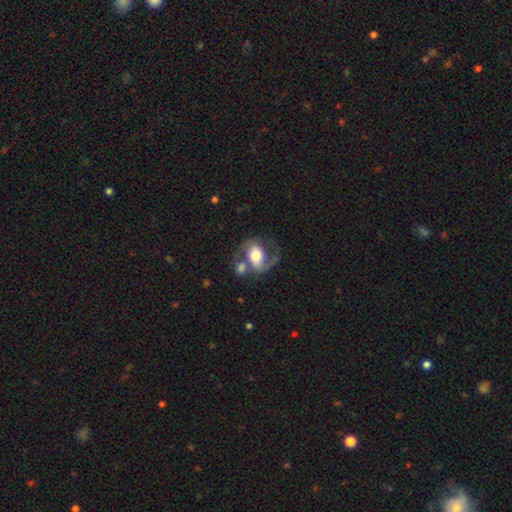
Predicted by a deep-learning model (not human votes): Smooth or featured: featured or disk — 75% (smooth — 19%)
Edge-on disk: no — 97% (yes — 3%)
Bar: no — 41% (weak — 34%)
Spiral arms: yes — 86% (no — 14%)
Spiral winding: medium — 52% (loose — 31%)
Spiral arm count: 2 — 84% (1 — 9%)
Bulge size: moderate — 55% (large — 32%)
Merging: none — 47% (merger — 22%)